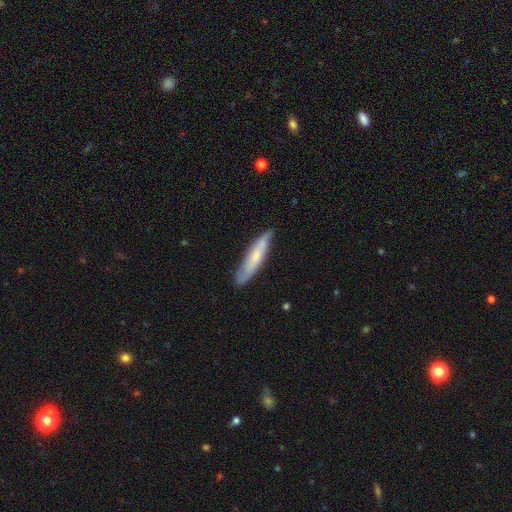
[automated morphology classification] Smooth or featured?
  - smooth: 53% *
  - featured or disk: 42%
  - star or artifact: 6%
How rounded?
  - cigar-shaped: 85% *
  - in between: 14%
  - round: 1%
Merging?
  - none: 77% *
  - minor disturbance: 18%
  - major disturbance: 3%
  - merger: 2%